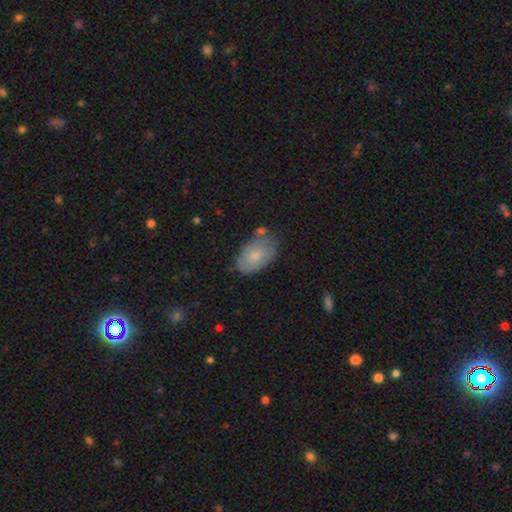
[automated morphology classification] A smooth galaxy with no disk features (75%) that is in between round and cigar-shaped (92%). Merging: none (65%).